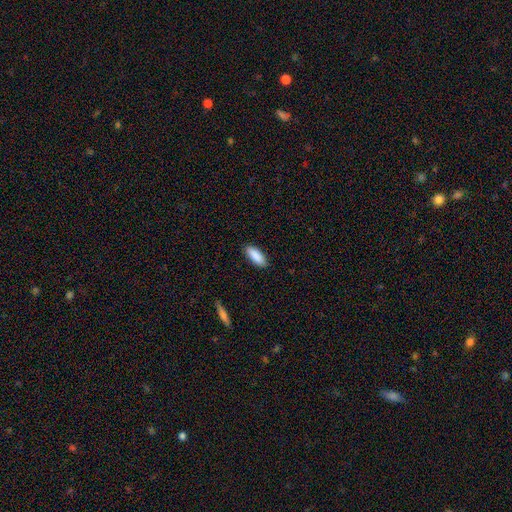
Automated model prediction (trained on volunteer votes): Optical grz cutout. It shows a smooth galaxy with no disk features (90%) that is in between round and cigar-shaped (79%). Merging: none (88%).